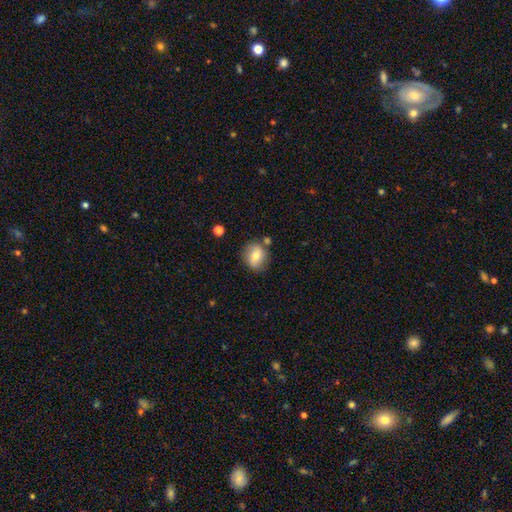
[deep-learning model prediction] Smooth or featured? Predicted: smooth (p=0.66). How rounded? Predicted: round (p=0.73). Merging? Predicted: none (p=0.75).